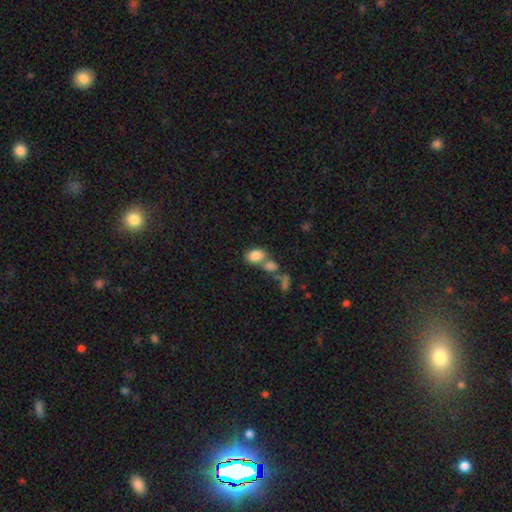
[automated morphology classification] This is clearly a smooth galaxy (83%). How rounded: clearly in between (83%). Merging: marginally none (42%, tied with merger).